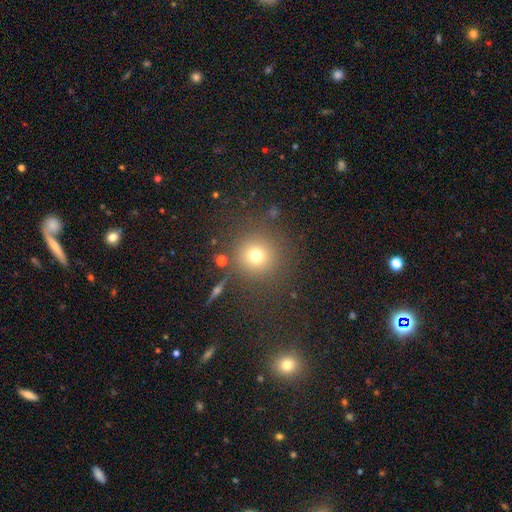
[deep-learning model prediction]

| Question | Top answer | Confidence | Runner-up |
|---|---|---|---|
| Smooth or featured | smooth | 72% | star or artifact (18%) |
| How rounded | round | 94% | in between (5%) |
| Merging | none | 85% | minor disturbance (8%) |